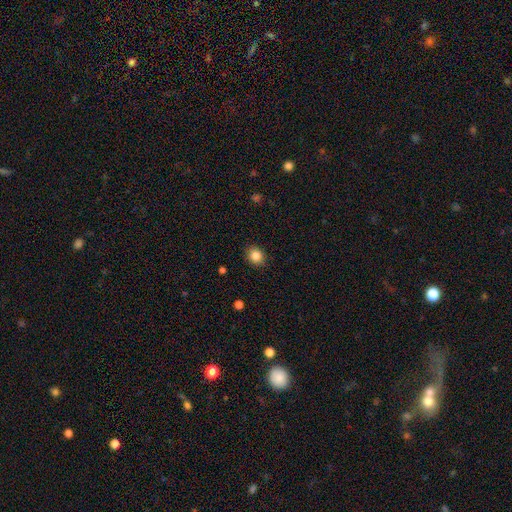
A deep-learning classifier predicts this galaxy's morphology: Smooth or featured? smooth (85%)
How rounded? round (65%)
Merging? none (89%)